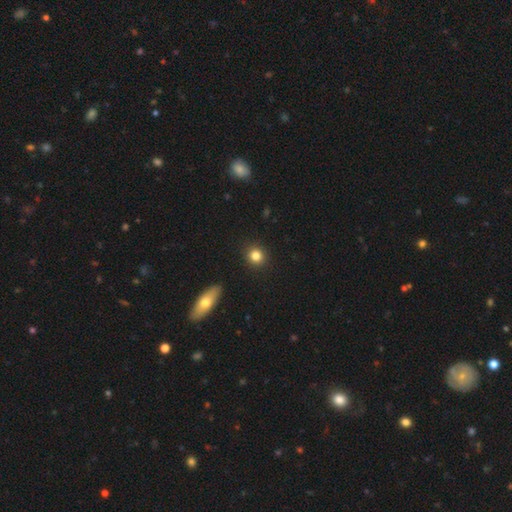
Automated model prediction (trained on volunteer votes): Q: Smooth or featured?
A: smooth (83%); runner-up: star or artifact (11%)
Q: How rounded?
A: round (89%); runner-up: in between (10%)
Q: Merging?
A: none (91%); runner-up: minor disturbance (6%)